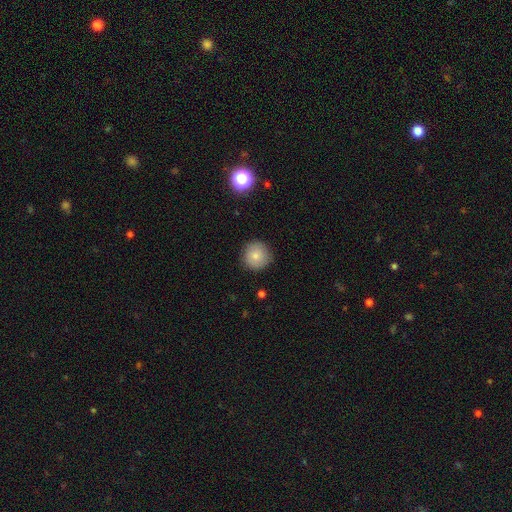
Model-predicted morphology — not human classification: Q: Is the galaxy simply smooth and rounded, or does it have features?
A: smooth — 81%.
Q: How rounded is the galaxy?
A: round — 95%.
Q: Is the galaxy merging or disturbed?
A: none — 88%.